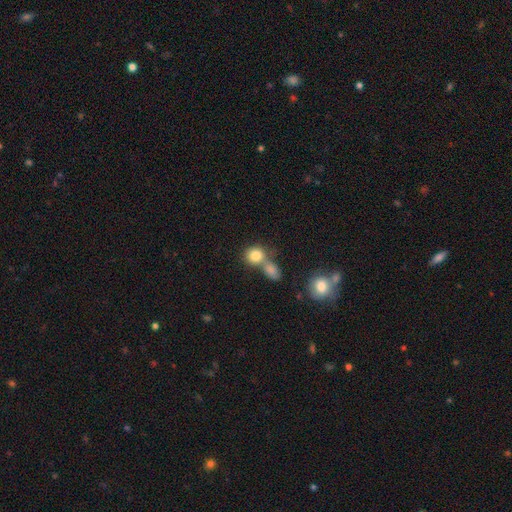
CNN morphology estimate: type=smooth (83%); roundness=round (73%); merging=merger (50%).